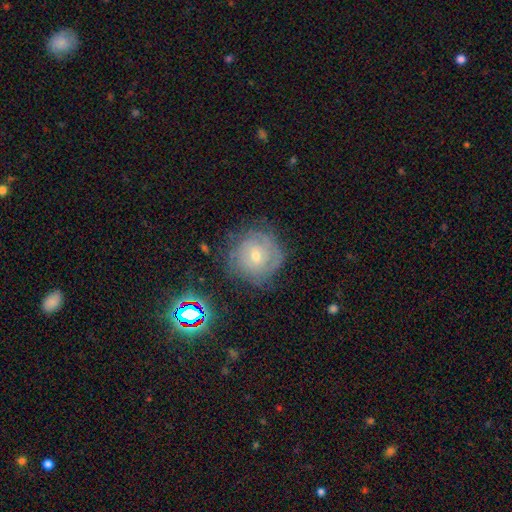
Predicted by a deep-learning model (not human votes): Overall: featured or disk (67%). Edge-on disk: no (97%). Bar: no (65%; weak 29%). Spiral arms: yes (85%). Spiral arm count: can't tell (53%; 2 18%). Spiral winding: tight (76%). Bulge size: small (53%; moderate 43%). Merging: none (74%).